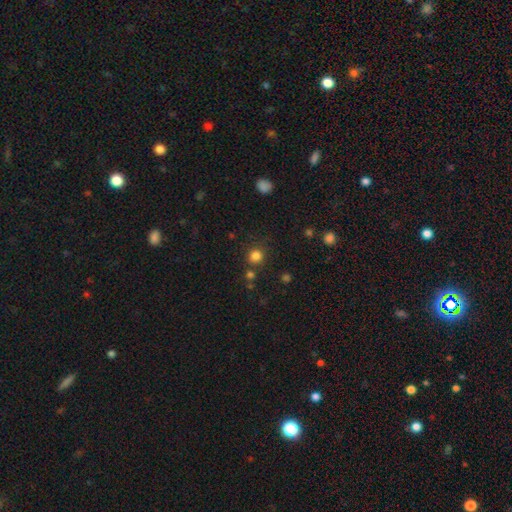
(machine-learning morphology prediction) This is clearly a smooth galaxy (81%). How rounded: clearly round (88%). Merging: clearly none (80%).